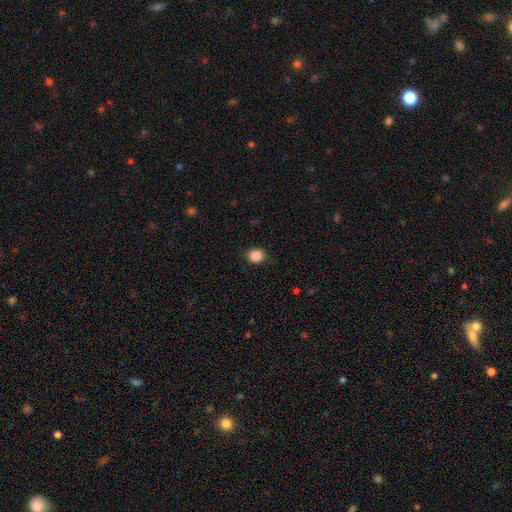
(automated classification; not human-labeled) Smooth or featured? smooth (87%)
How rounded? round (68%)
Merging? none (89%)